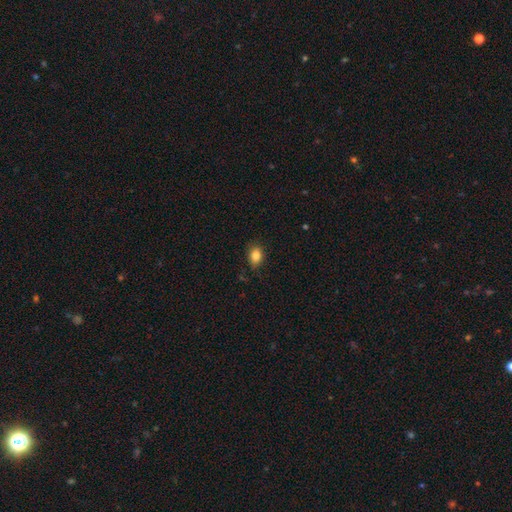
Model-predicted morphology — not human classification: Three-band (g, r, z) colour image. It shows a smooth galaxy with no disk features (85%) that is in between round and cigar-shaped (69%). Merging: none (81%).